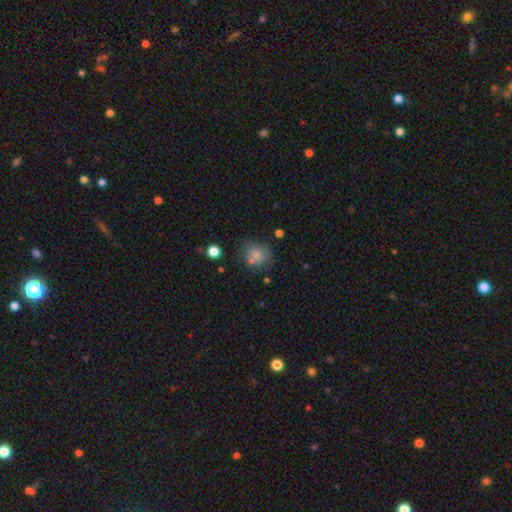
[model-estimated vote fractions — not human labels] Smooth or featured? smooth (75%)
How rounded? round (79%)
Merging? none (61%)